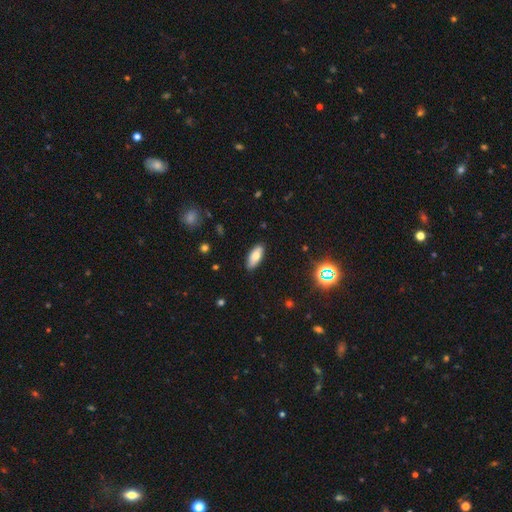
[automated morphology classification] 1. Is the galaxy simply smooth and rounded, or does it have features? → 73% smooth, 18% featured or disk, 8% star or artifact.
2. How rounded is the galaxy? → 82% in between, 15% cigar-shaped, 3% round.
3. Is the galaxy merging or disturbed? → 85% none, 11% minor disturbance, 2% major disturbance, 1% merger.